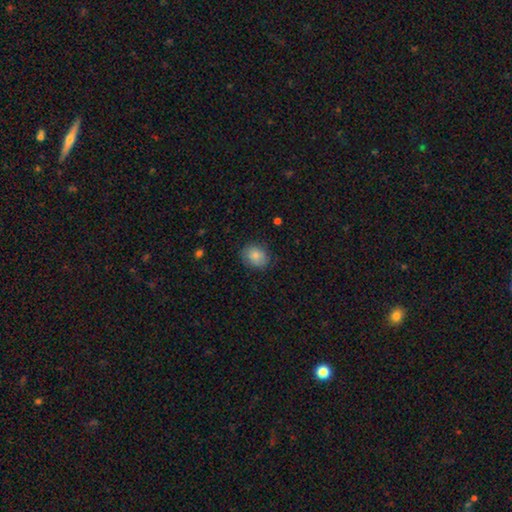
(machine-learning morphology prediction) Smooth or featured: smooth — 83% (featured or disk — 9%)
How rounded: round — 54% (in between — 45%)
Merging: none — 80% (minor disturbance — 15%)